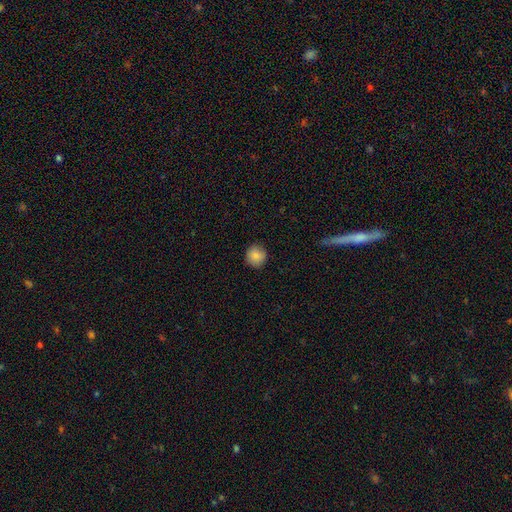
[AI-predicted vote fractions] Smooth or featured? Predicted: smooth (p=0.86). How rounded? Predicted: round (p=0.92). Merging? Predicted: none (p=0.89).